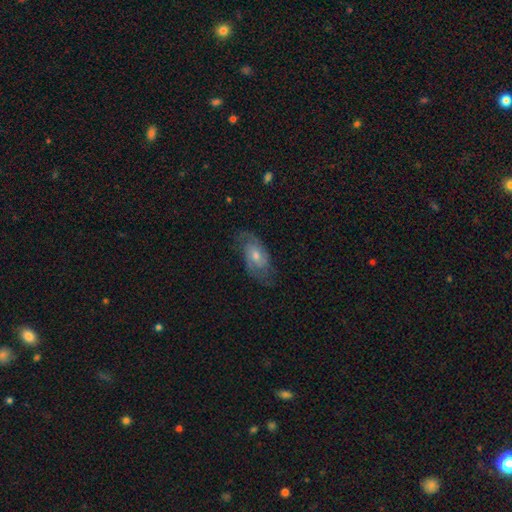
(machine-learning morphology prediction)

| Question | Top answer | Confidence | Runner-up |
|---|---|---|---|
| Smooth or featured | featured or disk | 76% | smooth (17%) |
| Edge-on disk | no | 94% | yes (6%) |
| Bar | no | 51% | weak (40%) |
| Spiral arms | yes | 93% | no (7%) |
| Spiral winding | medium | 48% | tight (34%) |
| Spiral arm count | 2 | 78% | can't tell (12%) |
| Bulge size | moderate | 54% | small (39%) |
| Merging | none | 74% | minor disturbance (18%) |